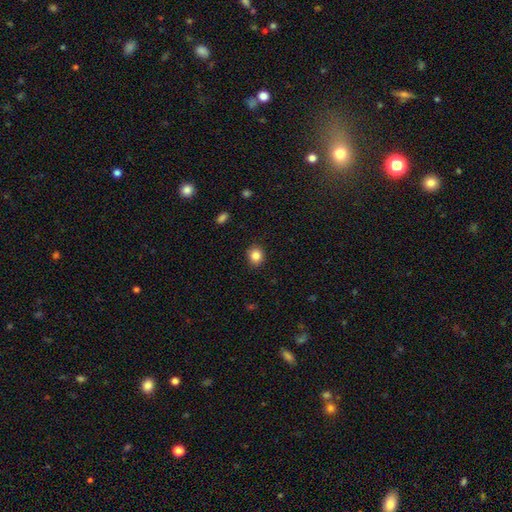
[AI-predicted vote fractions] Overall: smooth (85%). How rounded: round (76%). Merging: none (89%).